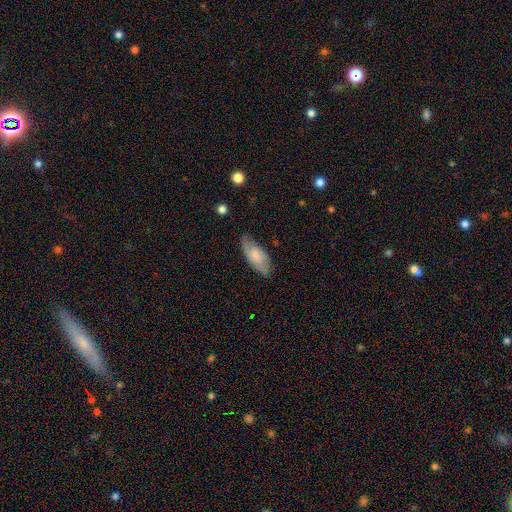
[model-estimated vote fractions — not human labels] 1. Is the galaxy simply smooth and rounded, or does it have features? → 57% smooth, 36% featured or disk, 6% star or artifact.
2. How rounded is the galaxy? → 85% in between, 13% cigar-shaped, 2% round.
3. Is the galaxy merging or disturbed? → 68% none, 24% minor disturbance, 6% major disturbance, 1% merger.